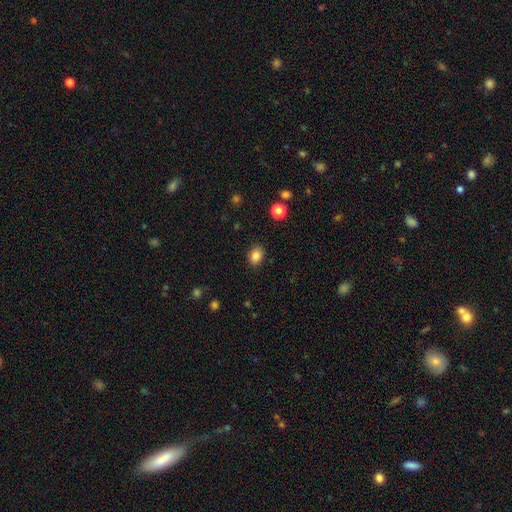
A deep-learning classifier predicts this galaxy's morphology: This is clearly a smooth galaxy (85%). How rounded: likely in between (64%). Merging: clearly none (87%).